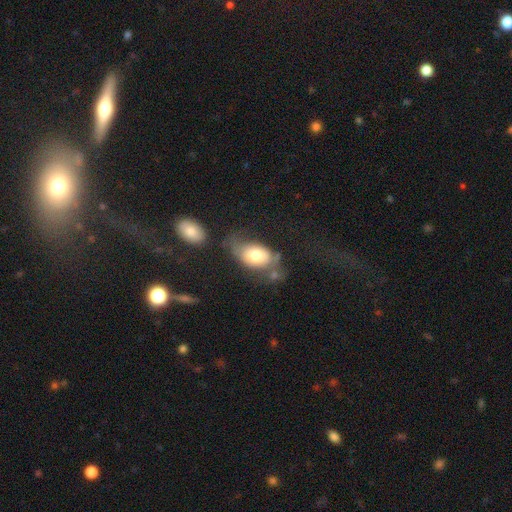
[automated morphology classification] This appears to be a smooth galaxy with no disk features (70%) that is in between round and cigar-shaped (86%). Merging: none (36%).